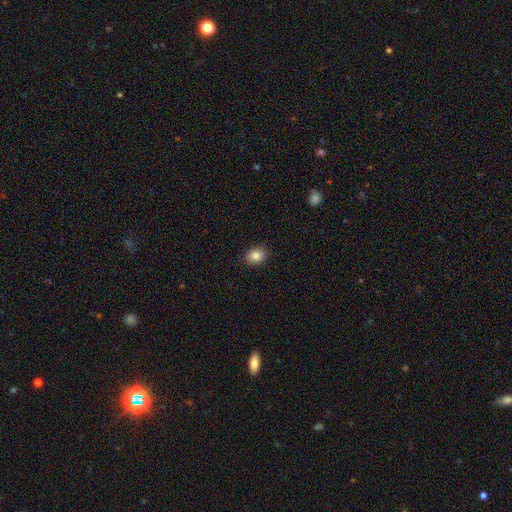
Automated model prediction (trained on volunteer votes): This is clearly a smooth galaxy (85%). How rounded: possibly in between (60%). Merging: clearly none (89%).